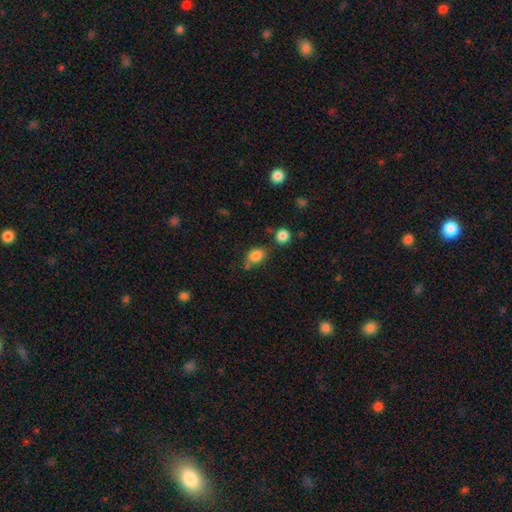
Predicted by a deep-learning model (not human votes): Smooth or featured: smooth — 83% (star or artifact — 10%)
How rounded: in between — 70% (round — 28%)
Merging: none — 59% (minor disturbance — 22%)